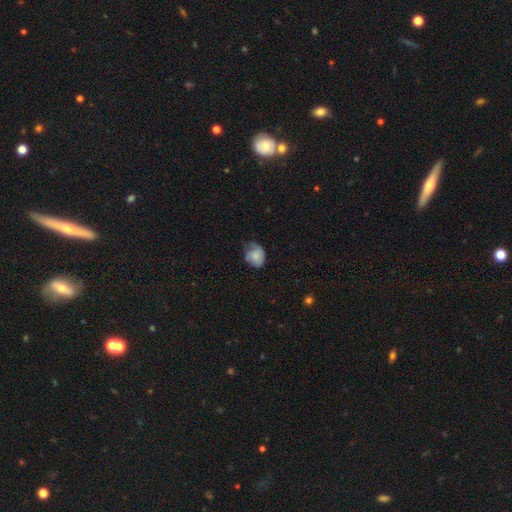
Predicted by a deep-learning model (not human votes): This is likely a smooth galaxy (68%). How rounded: possibly round (52%). Merging: marginally none (41%).